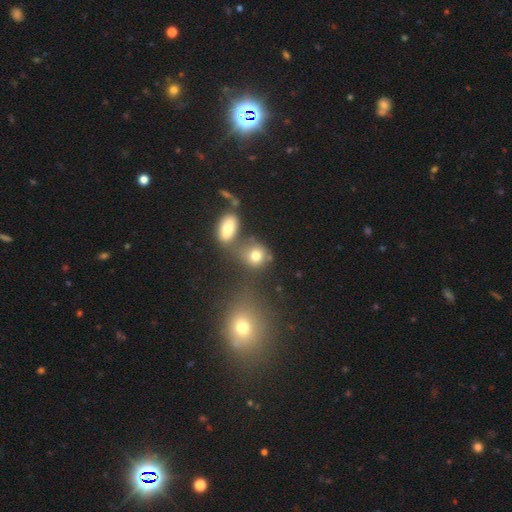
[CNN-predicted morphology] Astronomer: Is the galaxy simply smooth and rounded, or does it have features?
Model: smooth — 77%.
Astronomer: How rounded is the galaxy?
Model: round — 70%.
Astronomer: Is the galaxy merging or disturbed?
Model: none — 50% (runner-up: merger, 30%).